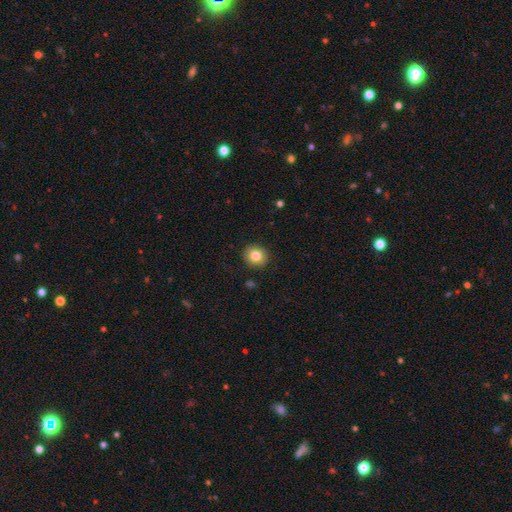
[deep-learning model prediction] Smooth or featured?
  - smooth: 83% *
  - star or artifact: 10%
  - featured or disk: 7%
How rounded?
  - round: 86% *
  - in between: 14%
  - cigar-shaped: 1%
Merging?
  - none: 91% *
  - minor disturbance: 6%
  - major disturbance: 2%
  - merger: 1%